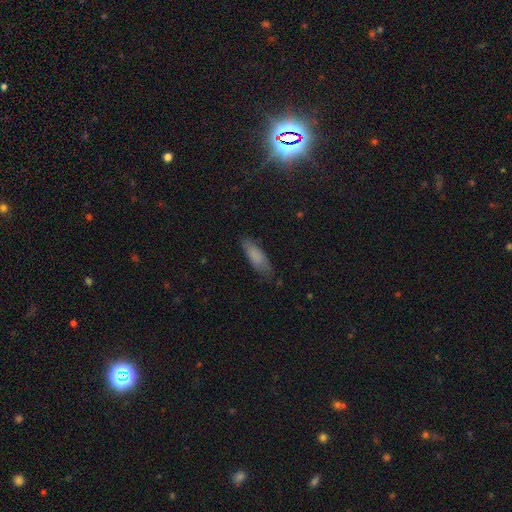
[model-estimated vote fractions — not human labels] Morphology: type=smooth (81%); roundness=in between (57%); merging=none (77%).